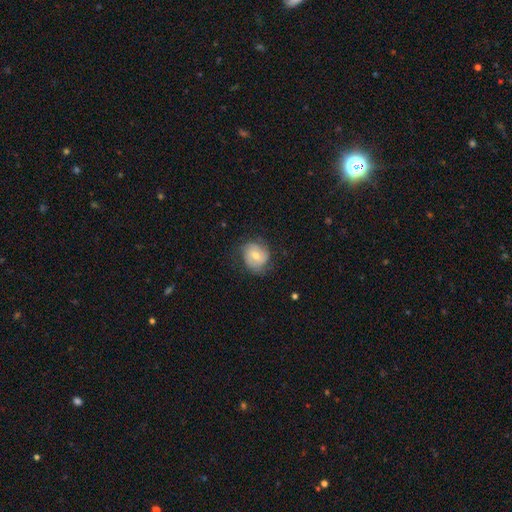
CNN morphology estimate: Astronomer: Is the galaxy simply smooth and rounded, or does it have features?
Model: smooth — 47% (runner-up: featured or disk, 46%).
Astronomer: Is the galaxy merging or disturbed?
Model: none — 70%.